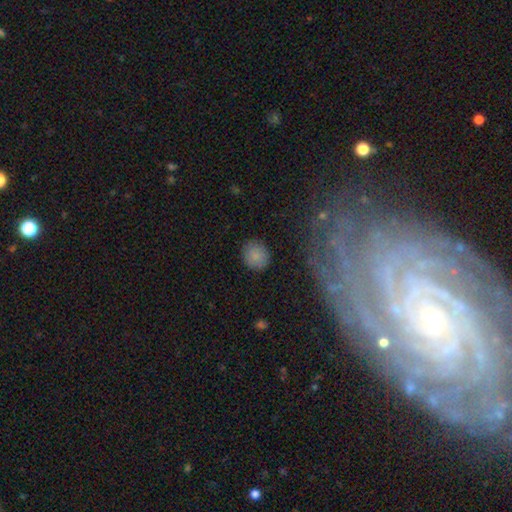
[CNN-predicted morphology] smooth_or_featured: smooth (p=0.84) [alt: star or artifact p=0.09]
how_rounded: round (p=0.83) [alt: in between p=0.16]
merging: none (p=0.86) [alt: minor disturbance p=0.10]